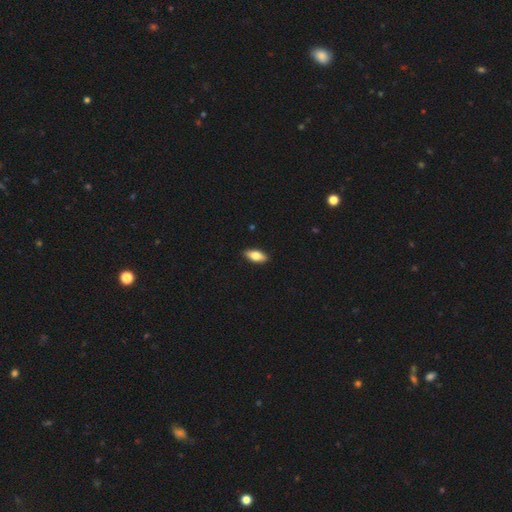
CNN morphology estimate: smooth 75%, featured or disk 19%, star or artifact 6%. Down the decision tree: how rounded — in between (83%); merging — none (90%).